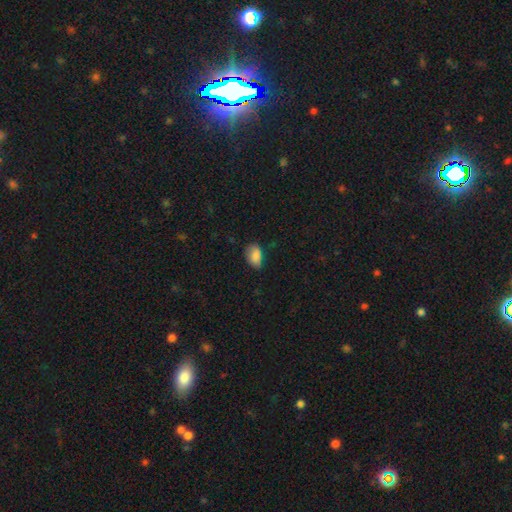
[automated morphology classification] Smooth or featured: smooth — 85% (star or artifact — 8%)
How rounded: in between — 88% (round — 11%)
Merging: none — 63% (minor disturbance — 29%)